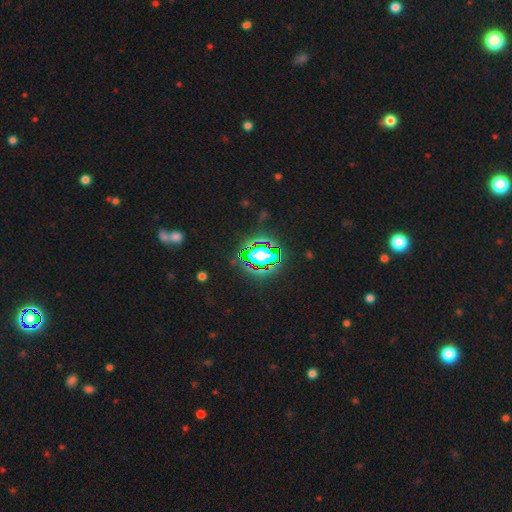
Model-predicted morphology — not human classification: A star or artifact, not a galaxy (80%).